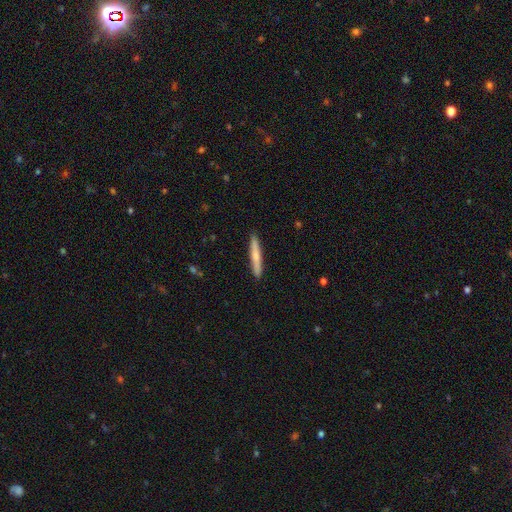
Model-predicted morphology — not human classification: Smooth or featured? smooth (64%)
How rounded? cigar-shaped (95%)
Merging? none (90%)